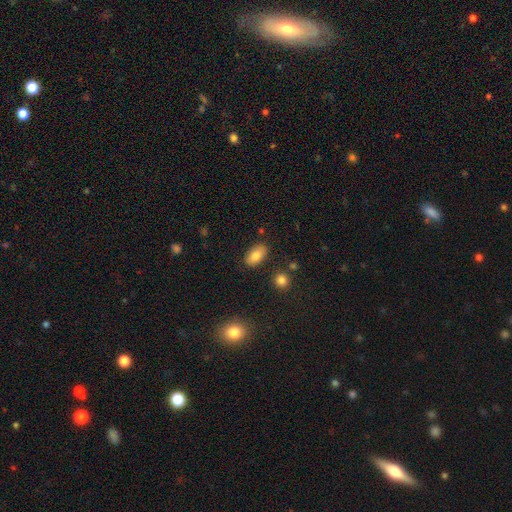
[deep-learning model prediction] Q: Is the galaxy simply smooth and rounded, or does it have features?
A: smooth — 81%.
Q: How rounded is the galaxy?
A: in between — 92%.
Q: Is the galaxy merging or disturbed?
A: none — 84%.